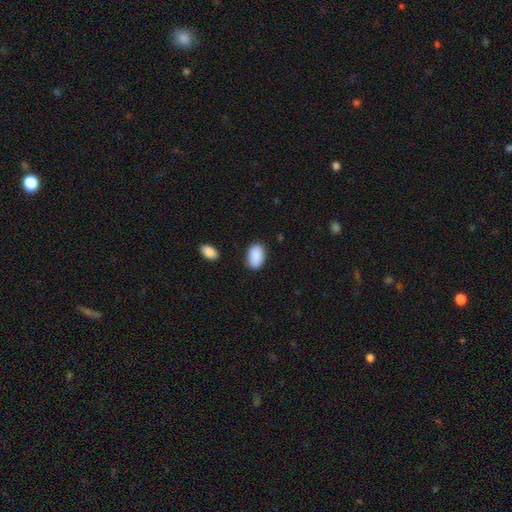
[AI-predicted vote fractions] Smooth or featured? Predicted: smooth (p=0.90). How rounded? Predicted: in between (p=0.92). Merging? Predicted: none (p=0.83).